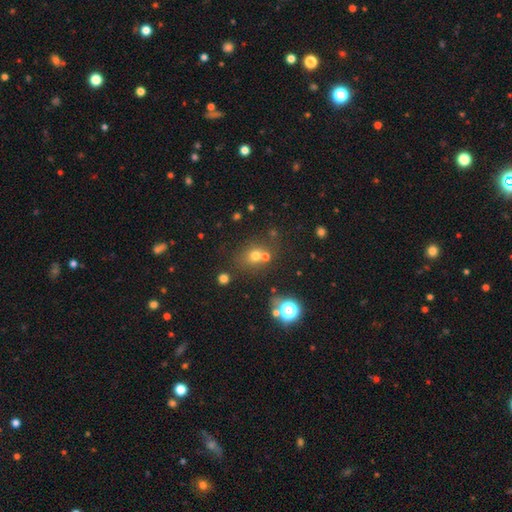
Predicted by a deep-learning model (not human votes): Overall: smooth (64%). How rounded: round (73%). Merging: none (57%; merger 28%).